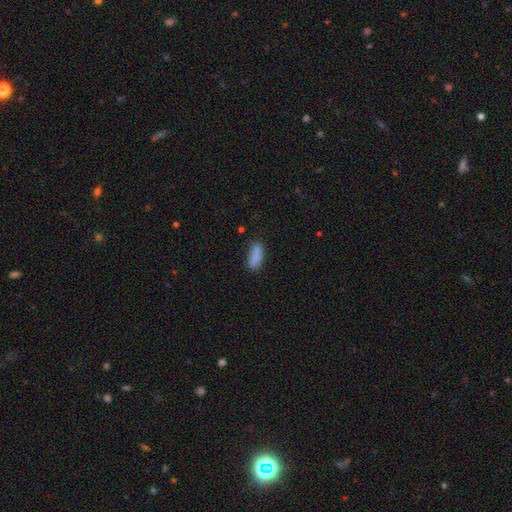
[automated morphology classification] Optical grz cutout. It shows a smooth galaxy with no disk features (78%) that is in between round and cigar-shaped (76%). Merging: none (52%).